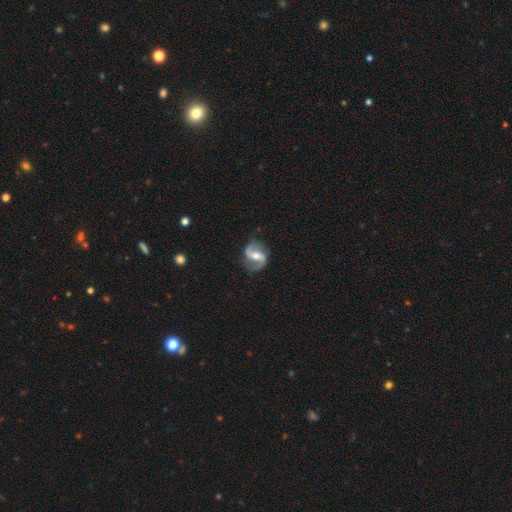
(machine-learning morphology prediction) Smooth or featured? Predicted: featured or disk (p=0.88). Edge-on disk? Predicted: no (p=0.97). Bar? Predicted: strong (p=0.40, tied with weak). Spiral arms? Predicted: yes (p=0.96). Spiral winding? Predicted: medium (p=0.46). Spiral arm count? Predicted: 2 (p=0.93). Bulge size? Predicted: moderate (p=0.65). Merging? Predicted: none (p=0.81).